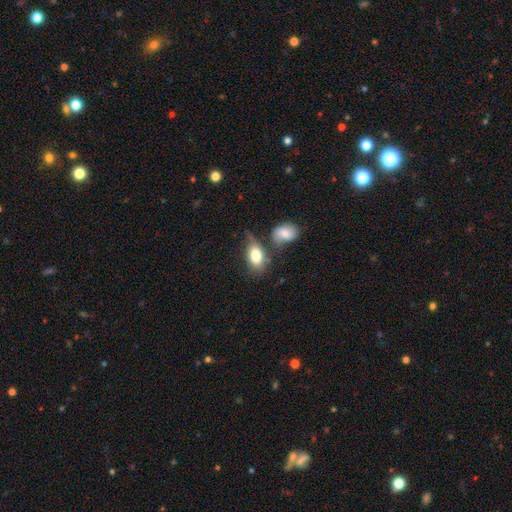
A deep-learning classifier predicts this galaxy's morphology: Smooth or featured? Predicted: smooth (p=0.81). How rounded? Predicted: in between (p=0.89). Merging? Predicted: none (p=0.45).